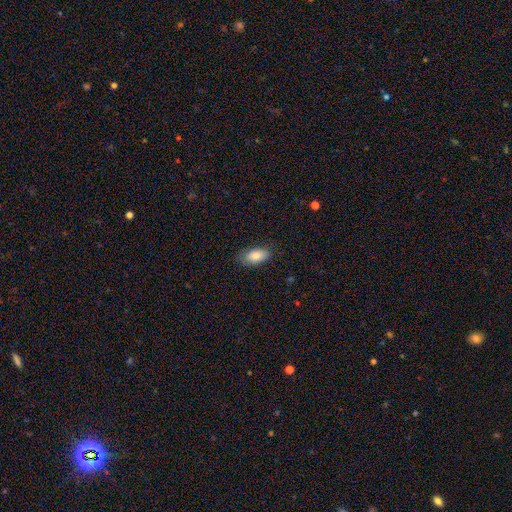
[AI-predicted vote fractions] Overall: smooth (84%). How rounded: in between (91%). Merging: none (81%).